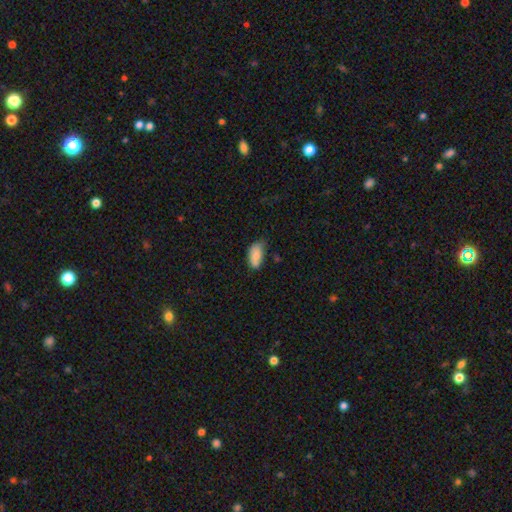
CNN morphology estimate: smooth-or-featured: smooth: 82% | featured or disk: 11% | star or artifact: 7%
  how-rounded: in between: 93% | cigar-shaped: 5% | round: 3%
  merging: none: 54% | minor disturbance: 36% | major disturbance: 7% | merger: 3%